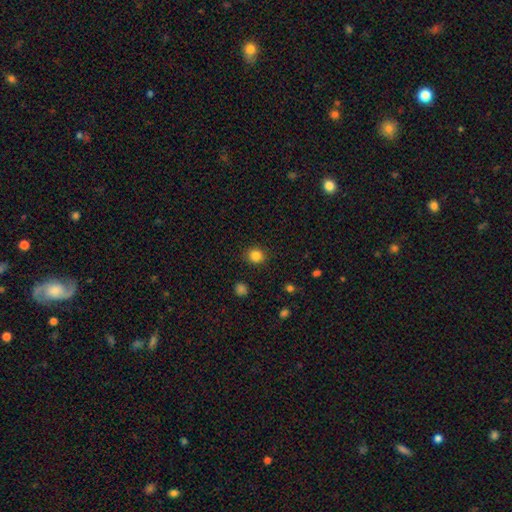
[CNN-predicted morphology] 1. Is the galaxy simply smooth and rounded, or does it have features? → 85% smooth, 12% star or artifact, 4% featured or disk.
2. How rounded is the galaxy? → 84% round, 15% in between, 1% cigar-shaped.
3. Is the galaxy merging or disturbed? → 90% none, 7% minor disturbance, 2% major disturbance, 1% merger.